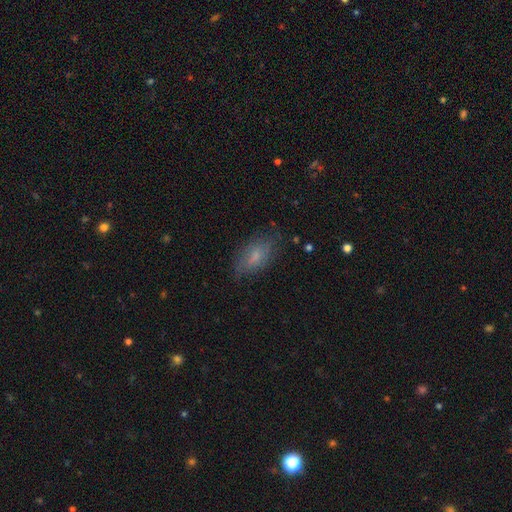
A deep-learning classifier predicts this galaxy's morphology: type=smooth (70%); roundness=in between (84%); merging=none (73%).